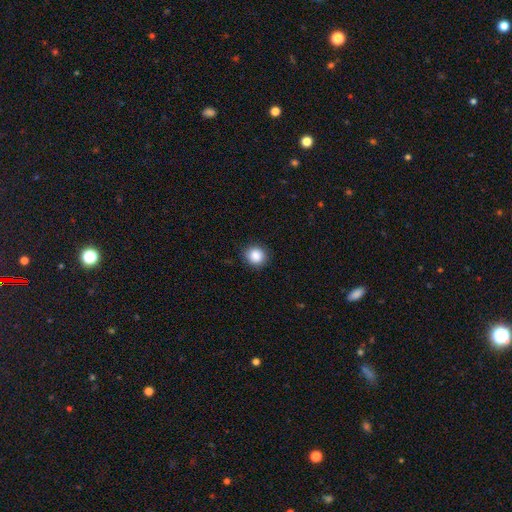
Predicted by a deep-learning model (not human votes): Overall: smooth (87%). How rounded: round (87%). Merging: none (89%).